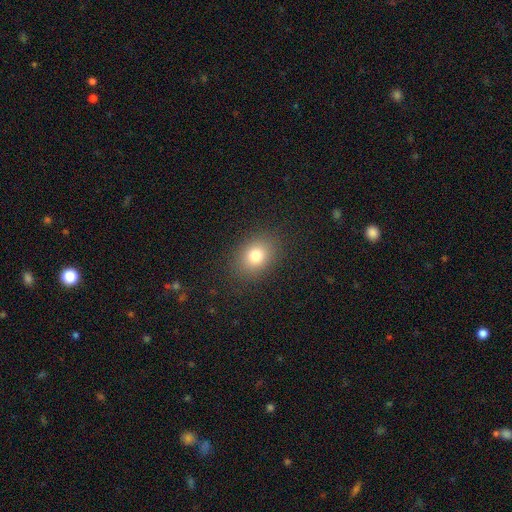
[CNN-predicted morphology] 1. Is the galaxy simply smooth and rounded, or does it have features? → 80% smooth, 12% star or artifact, 8% featured or disk.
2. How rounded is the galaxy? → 58% in between, 41% round, 1% cigar-shaped.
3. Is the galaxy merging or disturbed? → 87% none, 8% minor disturbance, 3% major disturbance, 1% merger.